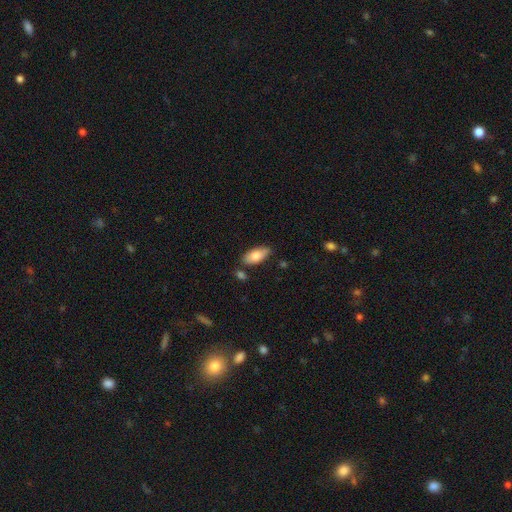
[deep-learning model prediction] Overall: smooth (79%). How rounded: in between (90%). Merging: none (77%).